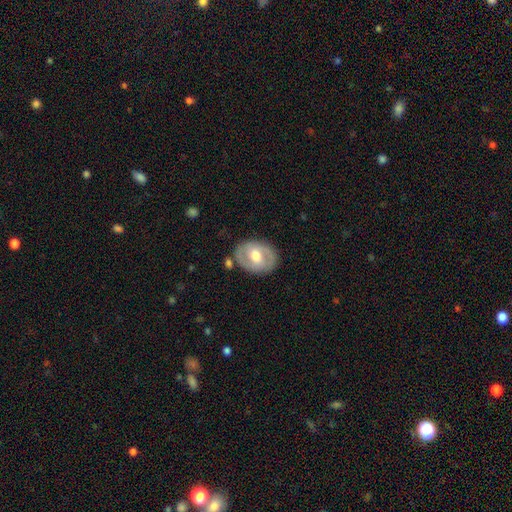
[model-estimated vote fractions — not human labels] Morphology: type=featured or disk (59%); edge-on=no (94%); bar=weak (42%); spiral arms=no (54%); bulge=moderate (73%); merging=none (79%).